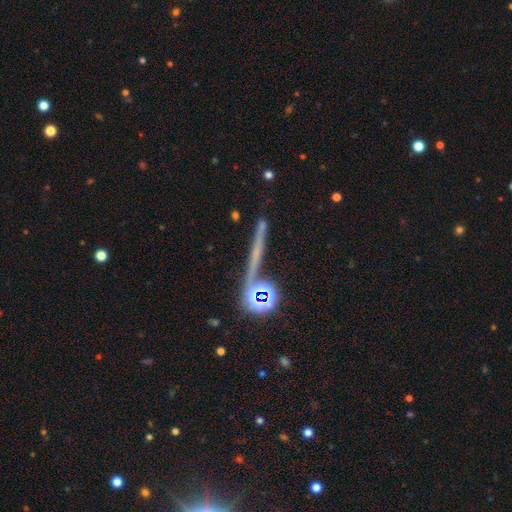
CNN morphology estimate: This appears to be a star or artifact, not a galaxy (41%).